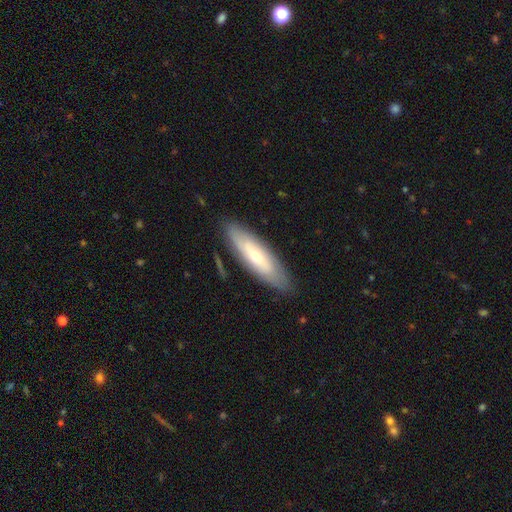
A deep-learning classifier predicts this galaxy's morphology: smooth_or_featured: smooth (p=0.55) [alt: featured or disk p=0.39]
how_rounded: cigar-shaped (p=0.58) [alt: in between p=0.41]
merging: none (p=0.83) [alt: minor disturbance p=0.12]